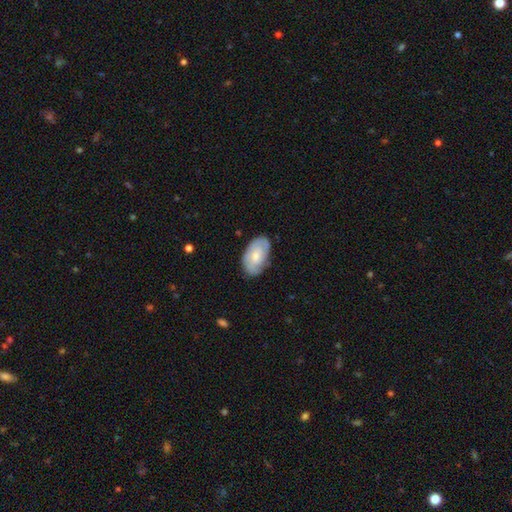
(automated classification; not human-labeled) Overall: smooth (57%; featured or disk 37%). How rounded: in between (94%). Merging: none (76%).